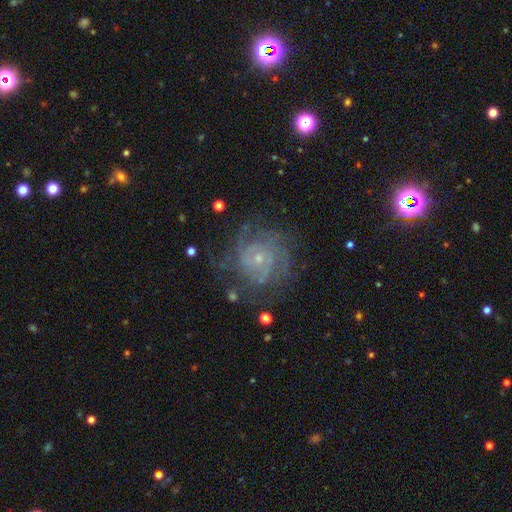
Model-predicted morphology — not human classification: A featured or disk galaxy (76%) with no bar (72%), tight (69%) spiral arms (96%) and a small central bulge (79%). Merging: none (78%).